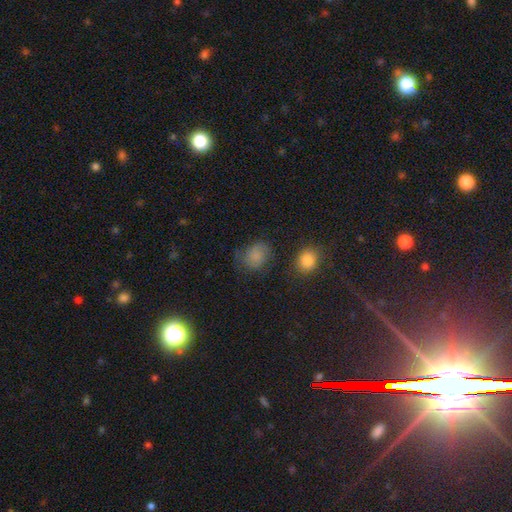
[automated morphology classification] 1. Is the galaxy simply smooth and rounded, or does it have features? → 73% smooth, 15% star or artifact, 12% featured or disk.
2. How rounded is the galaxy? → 59% round, 40% in between, 1% cigar-shaped.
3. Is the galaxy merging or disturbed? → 62% none, 24% minor disturbance, 10% major disturbance, 4% merger.